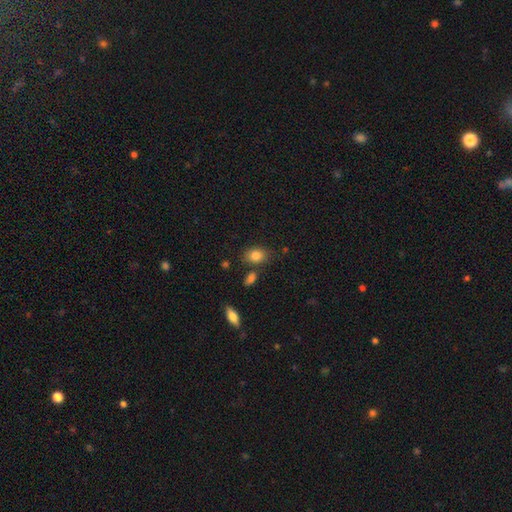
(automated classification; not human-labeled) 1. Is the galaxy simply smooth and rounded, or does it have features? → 83% smooth, 9% star or artifact, 8% featured or disk.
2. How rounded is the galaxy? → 70% in between, 28% round, 1% cigar-shaped.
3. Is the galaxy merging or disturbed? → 75% none, 13% minor disturbance, 8% merger, 4% major disturbance.